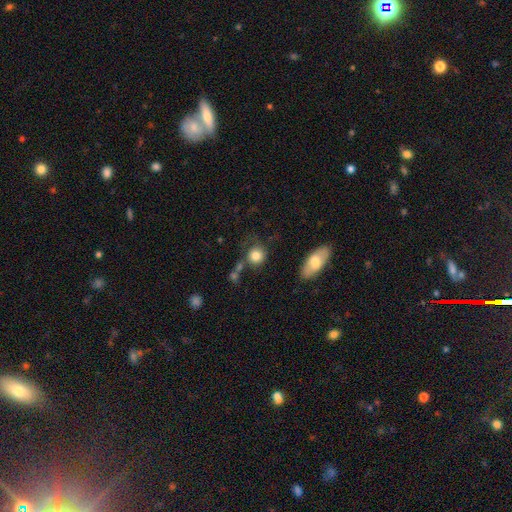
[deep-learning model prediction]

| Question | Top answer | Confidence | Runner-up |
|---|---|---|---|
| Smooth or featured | smooth | 82% | featured or disk (10%) |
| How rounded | round | 83% | in between (15%) |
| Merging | none | 58% | minor disturbance (19%) |